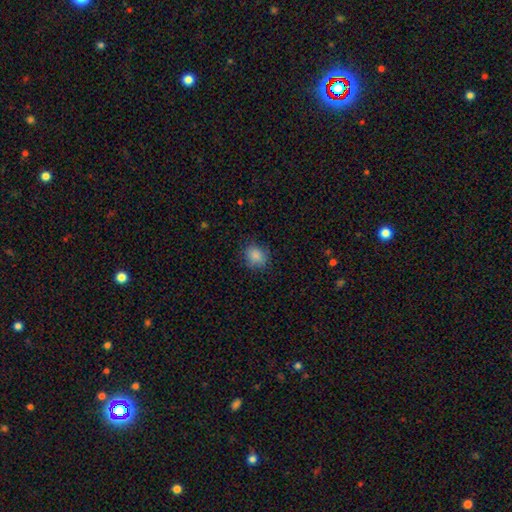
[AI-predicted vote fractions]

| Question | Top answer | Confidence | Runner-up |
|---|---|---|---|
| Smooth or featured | smooth | 86% | star or artifact (9%) |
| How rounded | round | 65% | in between (34%) |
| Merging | none | 82% | minor disturbance (13%) |